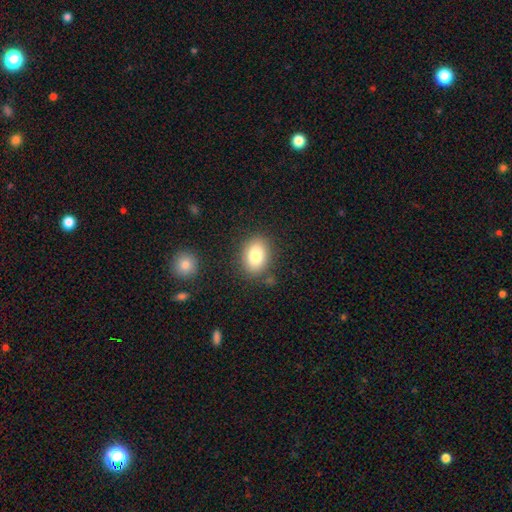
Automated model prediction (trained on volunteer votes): smooth-or-featured: smooth: 81% | featured or disk: 10% | star or artifact: 9%
  how-rounded: in between: 69% | round: 30% | cigar-shaped: 1%
  merging: none: 81% | minor disturbance: 11% | major disturbance: 4% | merger: 4%